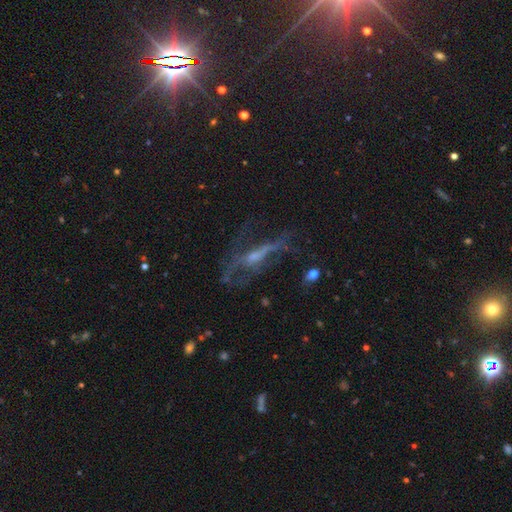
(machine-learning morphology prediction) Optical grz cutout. It shows a featured or disk galaxy (63%). Merging: none (45%).